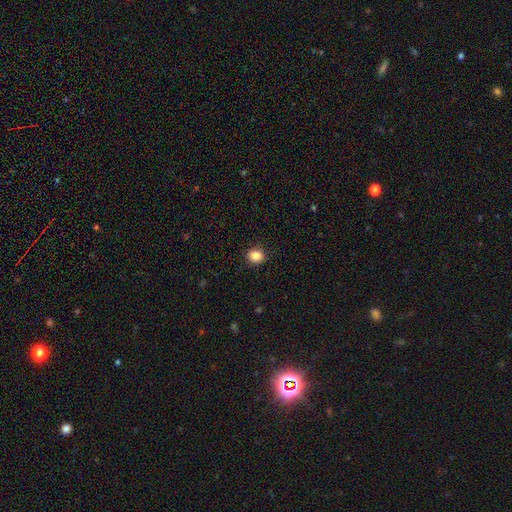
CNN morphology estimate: Q: Smooth or featured?
A: smooth (85%); runner-up: star or artifact (10%)
Q: How rounded?
A: round (75%); runner-up: in between (24%)
Q: Merging?
A: none (90%); runner-up: minor disturbance (7%)